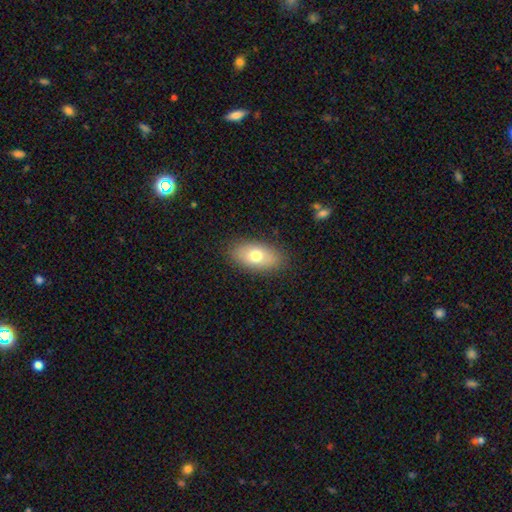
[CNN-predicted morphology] smooth 72%, featured or disk 20%, star or artifact 8%. Down the decision tree: how rounded — in between (90%); merging — none (85%).